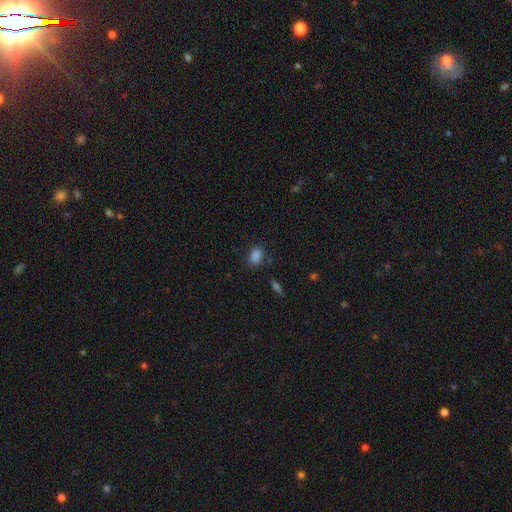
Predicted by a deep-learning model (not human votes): This is clearly a smooth galaxy (85%). How rounded: likely in between (78%). Merging: likely none (78%).